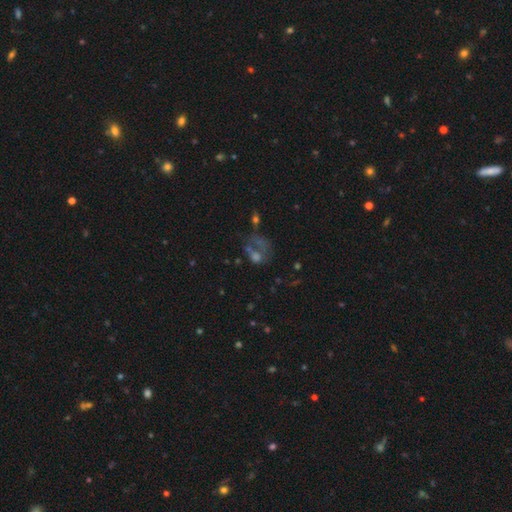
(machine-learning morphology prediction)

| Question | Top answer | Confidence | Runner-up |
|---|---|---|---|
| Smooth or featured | featured or disk | 37% | smooth (34%) |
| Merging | major disturbance | 35% | none (30%) |